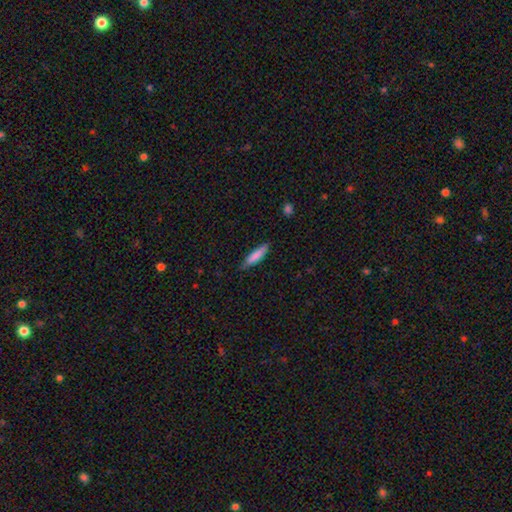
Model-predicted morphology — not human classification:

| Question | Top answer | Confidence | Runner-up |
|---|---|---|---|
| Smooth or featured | smooth | 82% | featured or disk (13%) |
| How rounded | cigar-shaped | 78% | in between (21%) |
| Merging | none | 81% | minor disturbance (15%) |